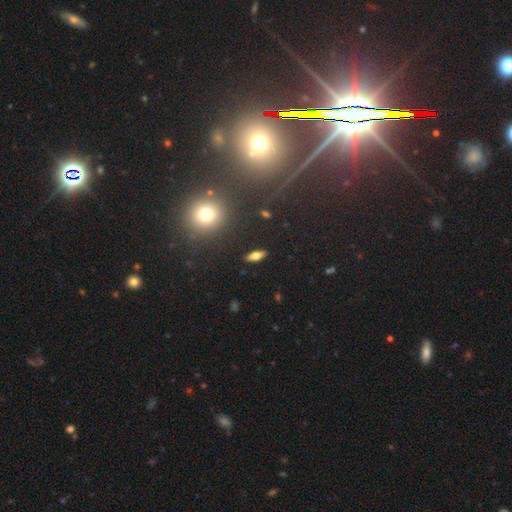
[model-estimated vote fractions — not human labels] The model was most divided on "smooth or featured": smooth: 59%, featured or disk: 29%, star or artifact: 12%. More confident: merging — none (89%); how rounded — in between (67%).